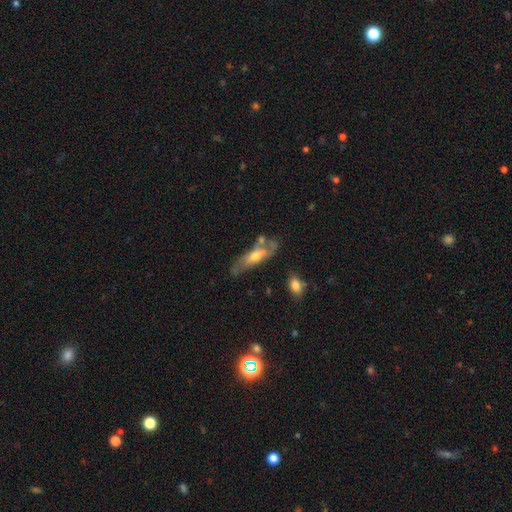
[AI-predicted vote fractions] Smooth or featured? featured or disk (49%)
Merging? none (39%)